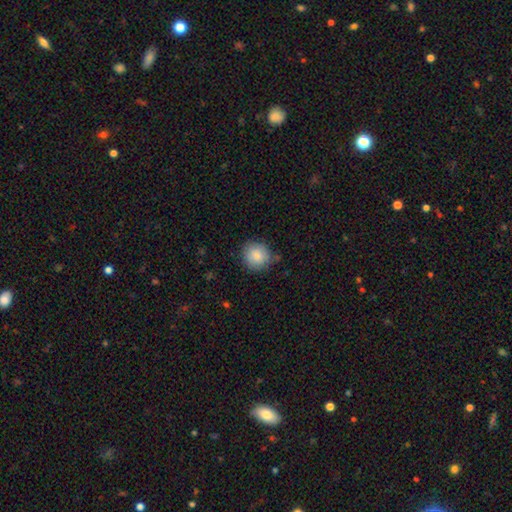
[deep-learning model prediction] A smooth galaxy with no disk features (86%) that is round (89%).

Vote fractions:
- Smooth or featured? smooth: 86% / star or artifact: 7% / featured or disk: 6%
- How rounded? round: 89% / in between: 10% / cigar-shaped: 1%
- Merging? none: 81% / minor disturbance: 14% / major disturbance: 3% / merger: 2%